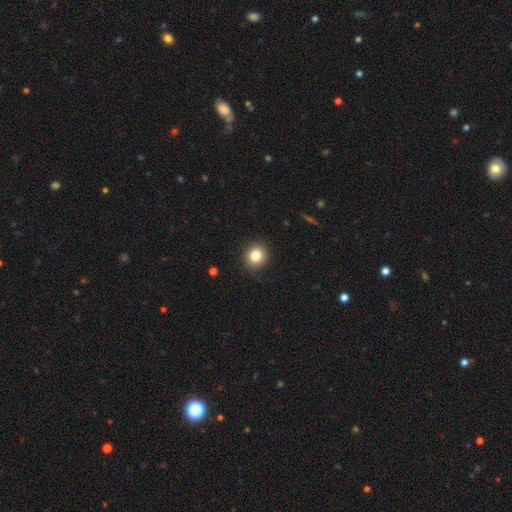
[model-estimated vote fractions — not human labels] smooth-or-featured: smooth: 83% | star or artifact: 10% | featured or disk: 7%
  how-rounded: round: 83% | in between: 16% | cigar-shaped: 1%
  merging: none: 91% | minor disturbance: 6% | major disturbance: 2% | merger: 1%